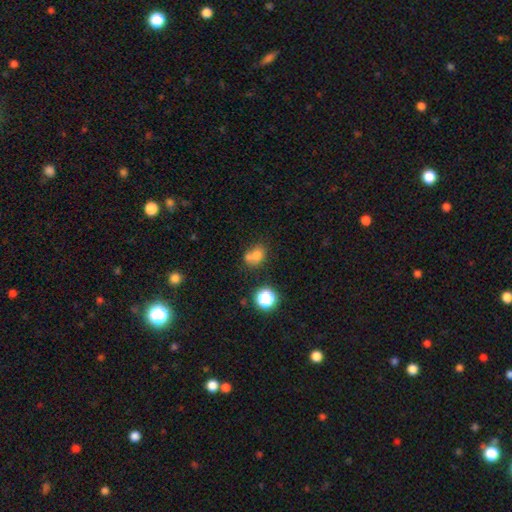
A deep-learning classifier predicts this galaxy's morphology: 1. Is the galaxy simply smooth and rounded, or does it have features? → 71% smooth, 16% star or artifact, 14% featured or disk.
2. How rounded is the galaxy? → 53% round, 46% in between, 1% cigar-shaped.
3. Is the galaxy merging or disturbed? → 42% merger, 39% none, 13% minor disturbance, 7% major disturbance.